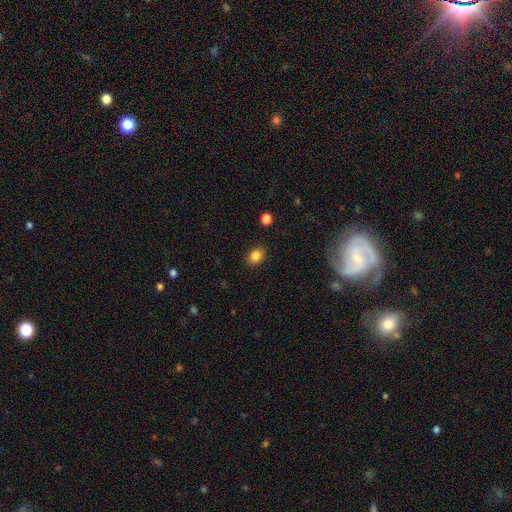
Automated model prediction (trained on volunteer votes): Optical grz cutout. It shows a smooth galaxy with no disk features (84%) that is in between round and cigar-shaped (50%). Merging: none (87%).